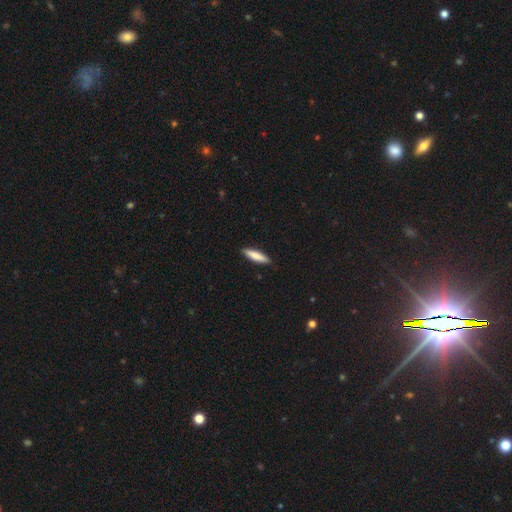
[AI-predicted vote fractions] Q: Smooth or featured?
A: smooth (81%); runner-up: featured or disk (14%)
Q: How rounded?
A: cigar-shaped (76%); runner-up: in between (22%)
Q: Merging?
A: none (90%); runner-up: minor disturbance (8%)